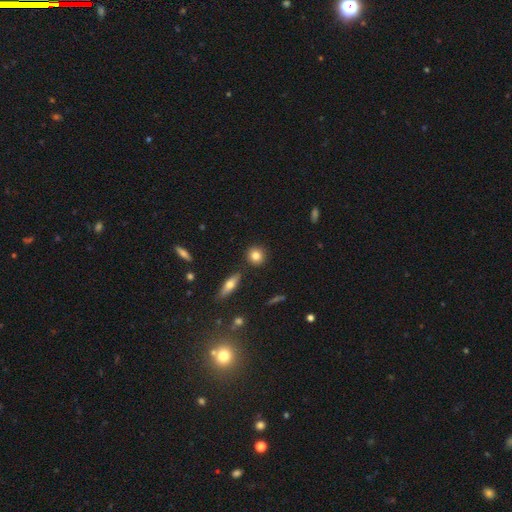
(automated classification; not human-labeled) Smooth or featured?
  - smooth: 82% *
  - featured or disk: 10%
  - star or artifact: 9%
How rounded?
  - round: 87% *
  - in between: 11%
  - cigar-shaped: 2%
Merging?
  - none: 87% *
  - minor disturbance: 7%
  - merger: 4%
  - major disturbance: 2%